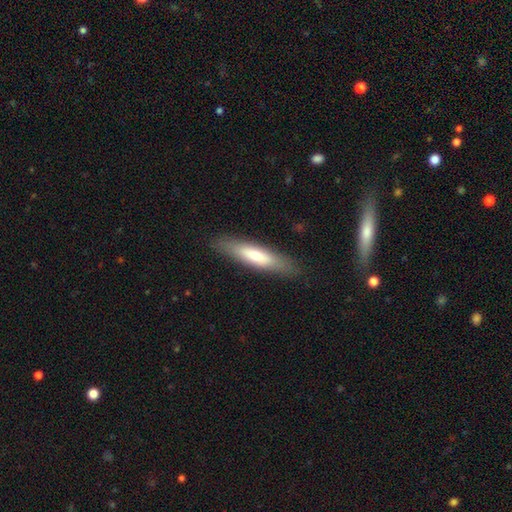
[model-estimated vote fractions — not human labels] Morphology: type=smooth (66%); roundness=cigar-shaped (75%); merging=none (87%).